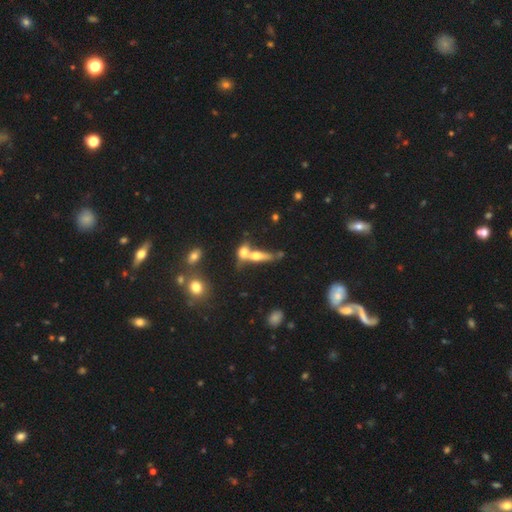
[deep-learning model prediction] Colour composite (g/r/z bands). It shows a smooth galaxy with no disk features (50%) that is cigar-shaped (47%). Merging: merger (60%).